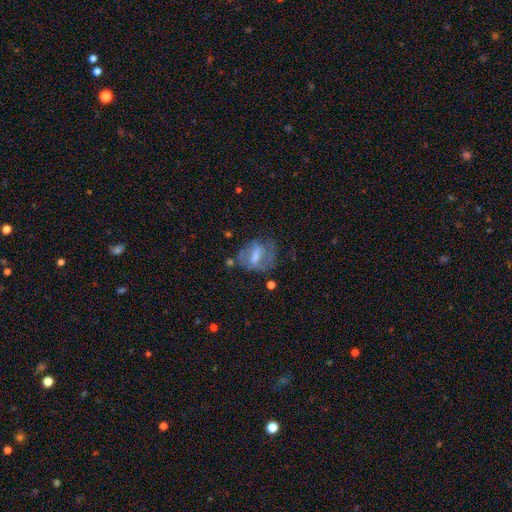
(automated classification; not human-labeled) Q: Smooth or featured?
A: featured or disk (59%); runner-up: smooth (31%)
Q: Edge-on disk?
A: no (94%); runner-up: yes (6%)
Q: Bar?
A: weak (45%); runner-up: strong (29%)
Q: Spiral arms?
A: yes (56%); runner-up: no (44%)
Q: Bulge size?
A: moderate (45%); runner-up: small (33%)
Q: Merging?
A: none (51%); runner-up: minor disturbance (24%)